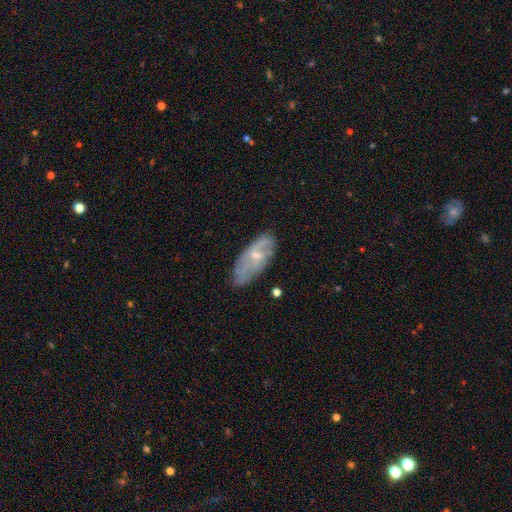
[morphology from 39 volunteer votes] A featured or disk galaxy (62%) with a weak bar (52%), 2 (35%, tied with can't tell) medium (41%) spiral arms (74%) and a small central bulge (70%). Merging: none (55%).